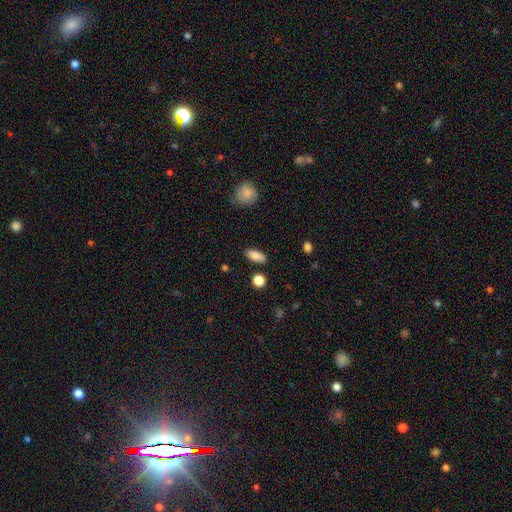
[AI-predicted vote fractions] Overall: smooth (87%). How rounded: in between (84%). Merging: none (87%).